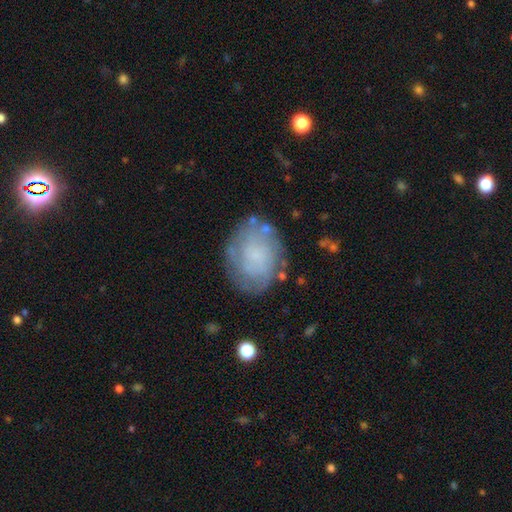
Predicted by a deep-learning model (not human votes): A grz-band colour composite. It shows a featured or disk galaxy (54%) with no bar (77%), spiral arms (73%) and a small central bulge (43%). Merging: none (70%).